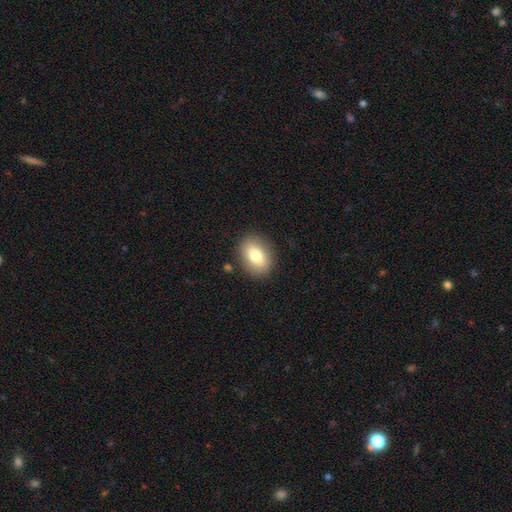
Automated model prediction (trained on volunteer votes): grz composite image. It shows a smooth galaxy with no disk features (75%) that is in between round and cigar-shaped (71%). Merging: none (87%).